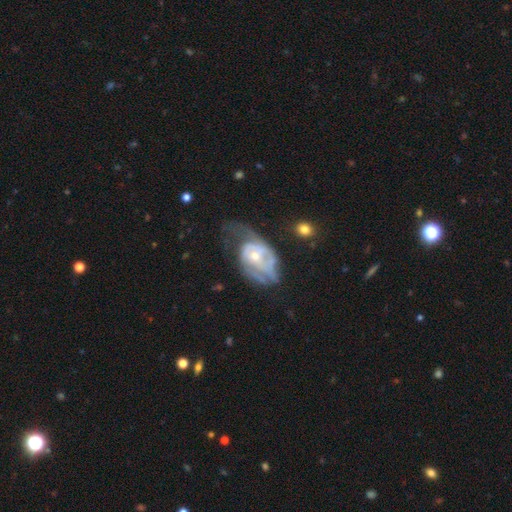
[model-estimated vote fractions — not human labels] smooth_or_featured: featured or disk (p=0.73) [alt: smooth p=0.20]
disk_edge_on: no (p=0.96) [alt: yes p=0.04]
bar: no (p=0.72) [alt: weak p=0.24]
has_spiral_arms: yes (p=0.73) [alt: no p=0.27]
spiral_winding: tight (p=0.42) [alt: medium p=0.36]
spiral_arm_count: can't tell (p=0.44) [alt: 2 p=0.29]
bulge_size: small (p=0.51) [alt: moderate p=0.43]
merging: major disturbance (p=0.48) [alt: none p=0.26]